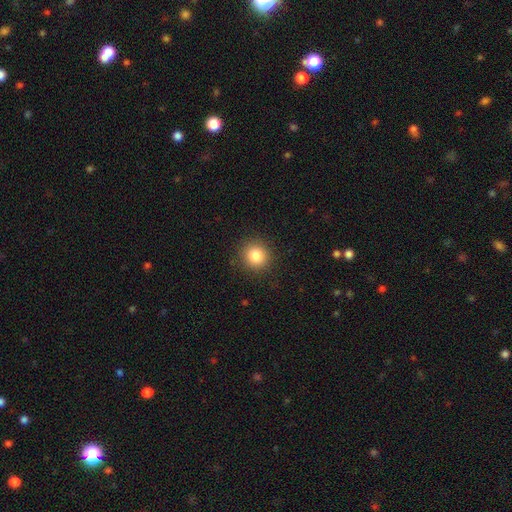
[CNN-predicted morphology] Overall: smooth (84%). How rounded: round (90%). Merging: none (90%).